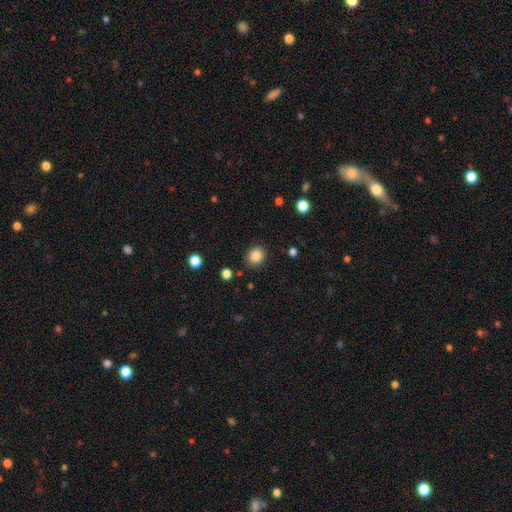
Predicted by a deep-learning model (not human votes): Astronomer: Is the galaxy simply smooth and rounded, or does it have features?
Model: smooth — 86%.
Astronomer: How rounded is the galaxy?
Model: round — 73%.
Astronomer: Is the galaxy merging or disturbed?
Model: none — 88%.